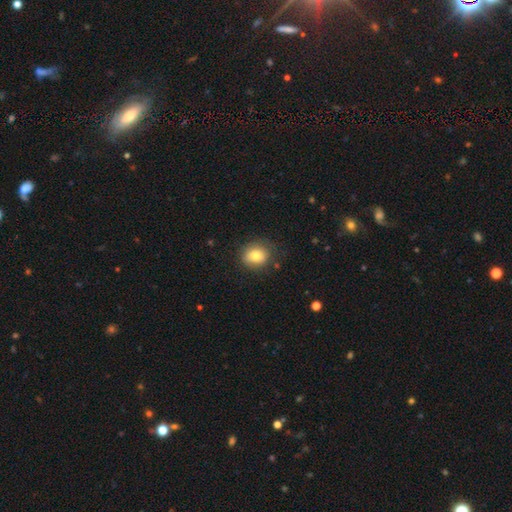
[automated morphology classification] Q: Smooth or featured?
A: smooth (78%); runner-up: featured or disk (12%)
Q: How rounded?
A: round (63%); runner-up: in between (36%)
Q: Merging?
A: none (80%); runner-up: minor disturbance (15%)